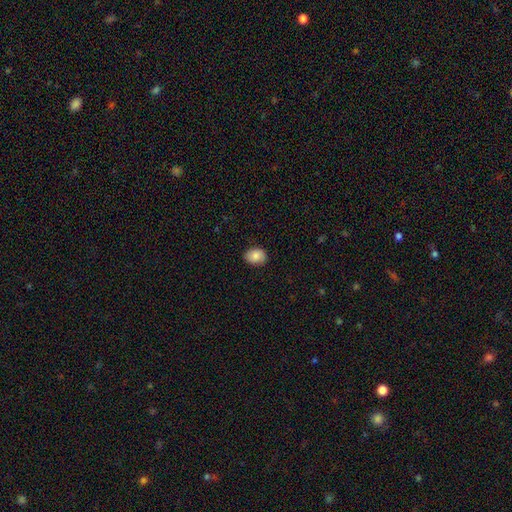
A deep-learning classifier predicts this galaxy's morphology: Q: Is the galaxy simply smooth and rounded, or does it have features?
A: smooth — 86%.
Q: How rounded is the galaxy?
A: in between — 65%.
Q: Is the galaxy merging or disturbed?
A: none — 86%.